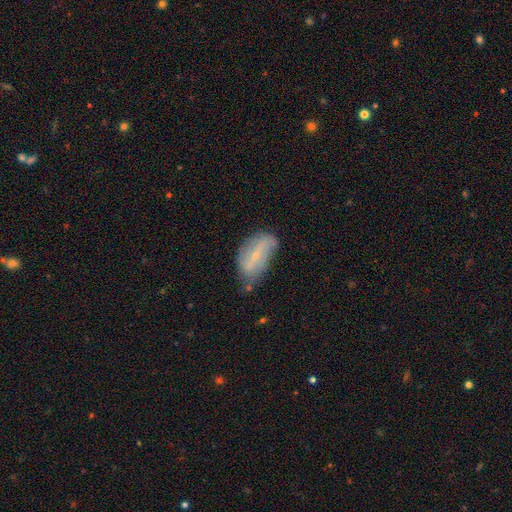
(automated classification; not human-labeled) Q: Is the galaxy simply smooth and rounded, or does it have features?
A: featured or disk — 63%.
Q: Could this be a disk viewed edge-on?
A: no — 91%.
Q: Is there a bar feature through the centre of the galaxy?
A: weak — 39%.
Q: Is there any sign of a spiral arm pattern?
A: yes — 70%.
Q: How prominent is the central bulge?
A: small — 75%.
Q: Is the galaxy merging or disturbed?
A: none — 51%.